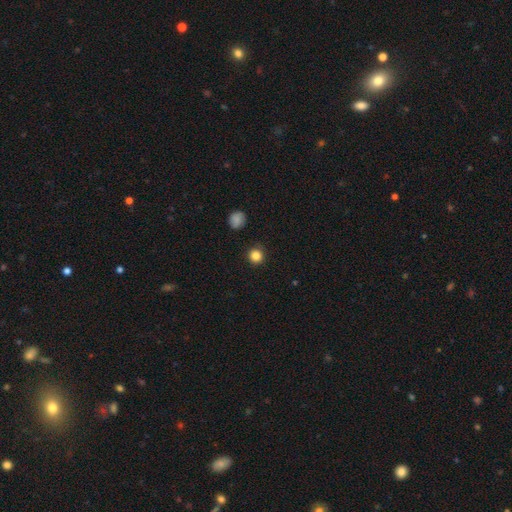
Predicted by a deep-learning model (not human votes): smooth_or_featured: smooth (p=0.84) [alt: star or artifact p=0.12]
how_rounded: round (p=0.94) [alt: in between p=0.05]
merging: none (p=0.91) [alt: minor disturbance p=0.06]